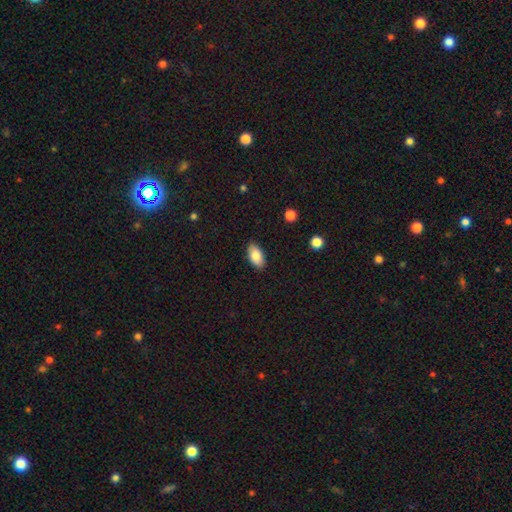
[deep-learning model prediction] smooth-or-featured: smooth: 85% | featured or disk: 8% | star or artifact: 7%
  how-rounded: in between: 94% | round: 3% | cigar-shaped: 3%
  merging: none: 86% | minor disturbance: 10% | major disturbance: 2% | merger: 1%